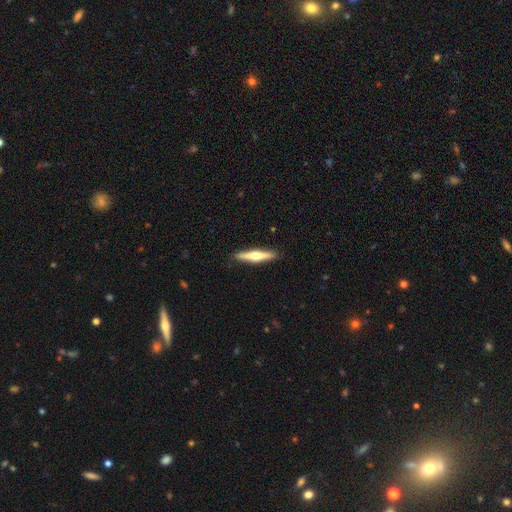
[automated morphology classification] Q: Smooth or featured?
A: featured or disk (58%); runner-up: smooth (37%)
Q: Edge-on disk?
A: yes (97%); runner-up: no (3%)
Q: Edge-on bulge?
A: rounded (92%); runner-up: none (4%)
Q: Merging?
A: none (91%); runner-up: minor disturbance (7%)